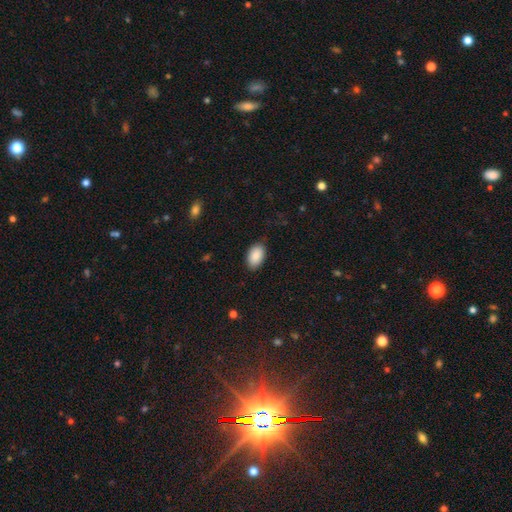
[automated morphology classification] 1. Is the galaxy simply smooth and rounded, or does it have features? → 89% smooth, 7% star or artifact, 5% featured or disk.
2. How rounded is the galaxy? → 92% in between, 6% round, 1% cigar-shaped.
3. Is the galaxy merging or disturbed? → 81% none, 15% minor disturbance, 3% major disturbance, 1% merger.